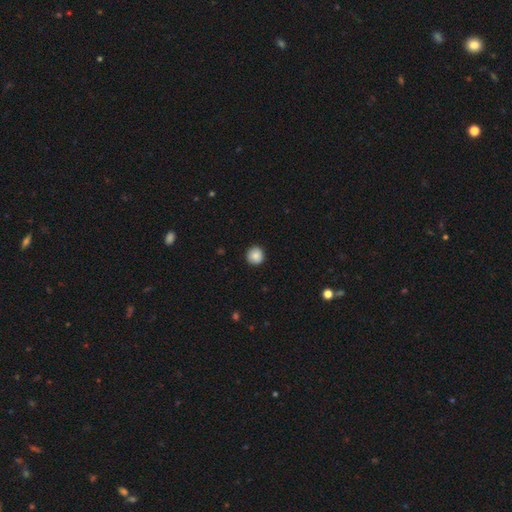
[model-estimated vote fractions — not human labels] Smooth or featured? smooth (87%)
How rounded? round (94%)
Merging? none (91%)